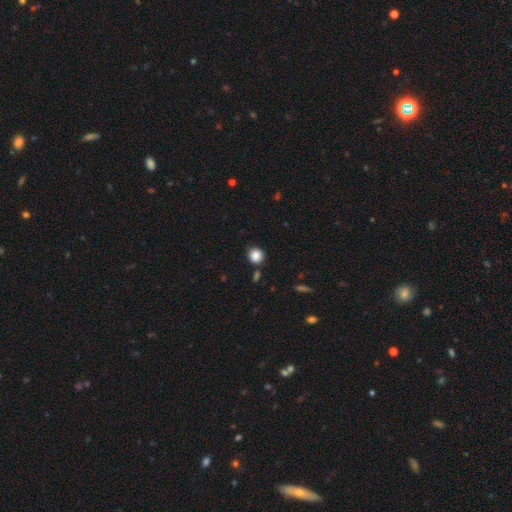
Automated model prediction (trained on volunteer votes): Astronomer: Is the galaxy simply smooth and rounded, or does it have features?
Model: smooth — 86%.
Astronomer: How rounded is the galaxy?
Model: round — 83%.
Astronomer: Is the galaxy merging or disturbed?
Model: none — 80%.